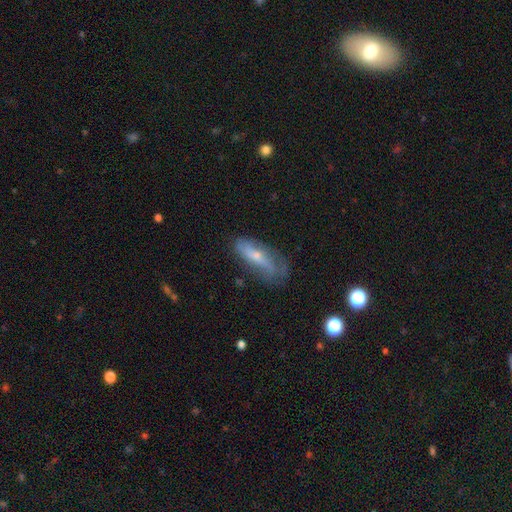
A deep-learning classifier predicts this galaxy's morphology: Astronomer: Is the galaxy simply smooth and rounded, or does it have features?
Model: featured or disk — 47% (runner-up: smooth, 45%).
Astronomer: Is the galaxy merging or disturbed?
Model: none — 56%.